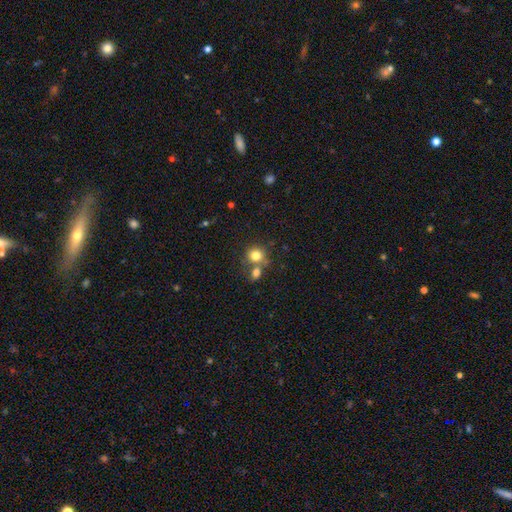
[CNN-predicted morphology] smooth_or_featured: smooth (p=0.79) [alt: star or artifact p=0.12]
how_rounded: round (p=0.81) [alt: in between p=0.18]
merging: none (p=0.53) [alt: merger p=0.35]